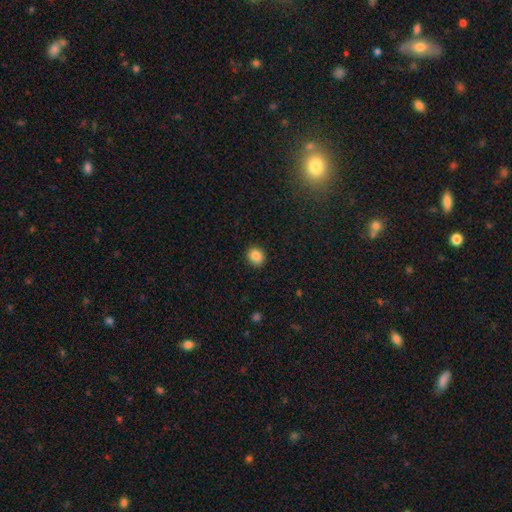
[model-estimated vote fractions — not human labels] Morphology: type=smooth (87%); roundness=round (69%); merging=none (90%).